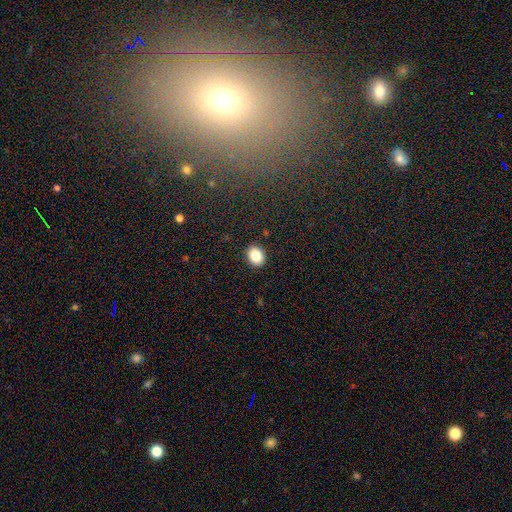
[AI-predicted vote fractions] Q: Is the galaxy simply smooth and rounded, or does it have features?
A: smooth — 86%.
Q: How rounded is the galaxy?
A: in between — 59%.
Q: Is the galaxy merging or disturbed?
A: none — 90%.